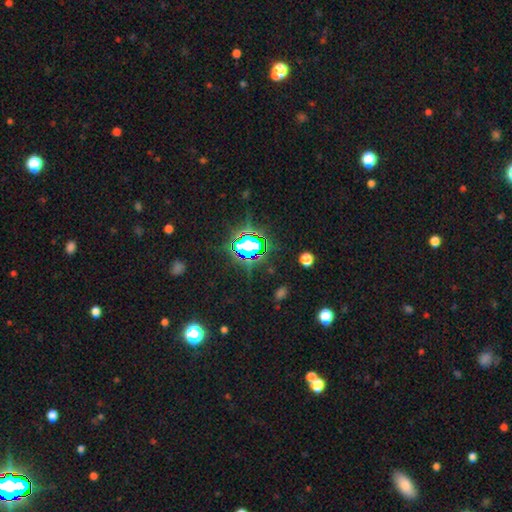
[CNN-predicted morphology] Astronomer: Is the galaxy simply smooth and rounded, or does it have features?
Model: star or artifact — 74%.